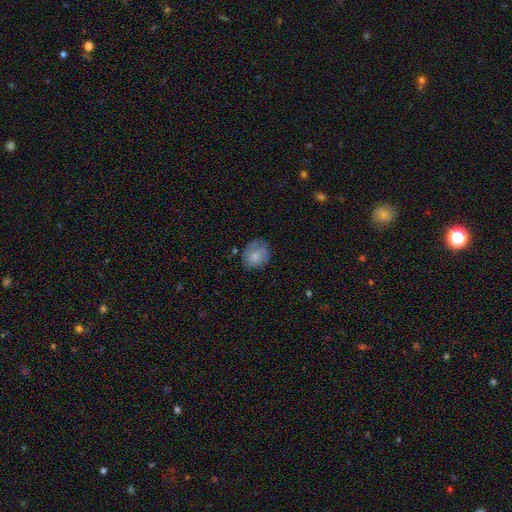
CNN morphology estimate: This is likely a smooth galaxy (71%). How rounded: likely round (68%). Merging: likely none (64%).